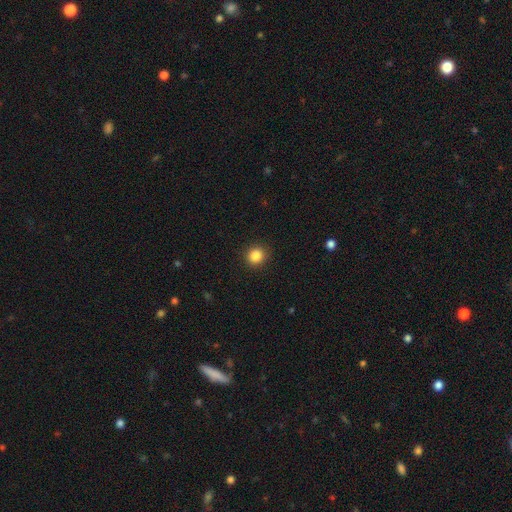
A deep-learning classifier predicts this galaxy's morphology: smooth_or_featured: smooth (p=0.86) [alt: star or artifact p=0.11]
how_rounded: round (p=0.88) [alt: in between p=0.11]
merging: none (p=0.91) [alt: minor disturbance p=0.06]